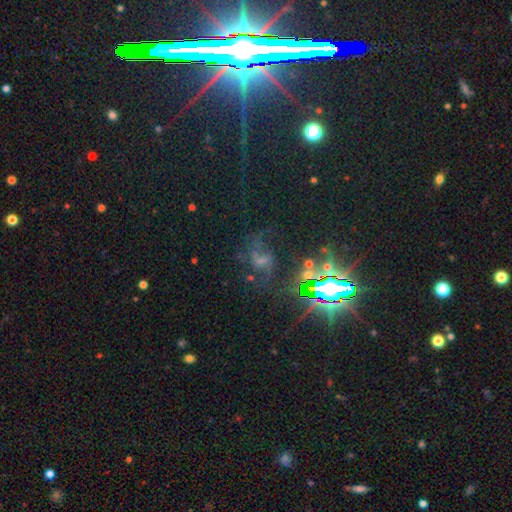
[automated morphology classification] smooth_or_featured: star or artifact (p=0.55) [alt: featured or disk p=0.30]